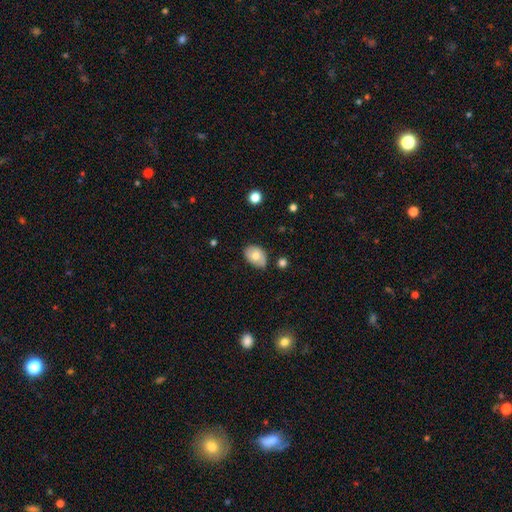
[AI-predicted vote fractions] This is likely a smooth galaxy (72%). How rounded: clearly in between (80%). Merging: likely none (67%).